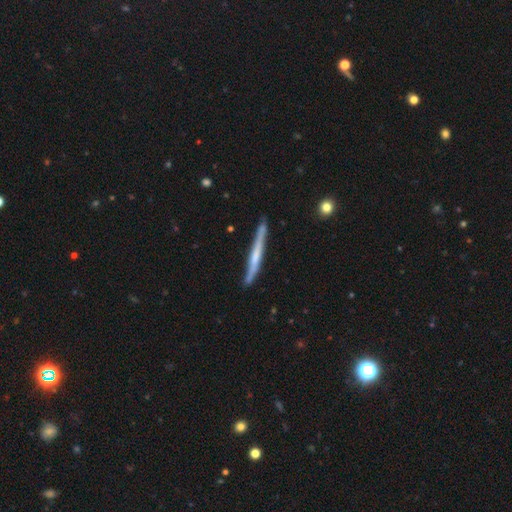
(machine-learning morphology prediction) featured or disk 62%, smooth 33%, star or artifact 5%. Down the decision tree: edge-on disk — yes (96%); edge-on bulge — none (51%); merging — none (86%).